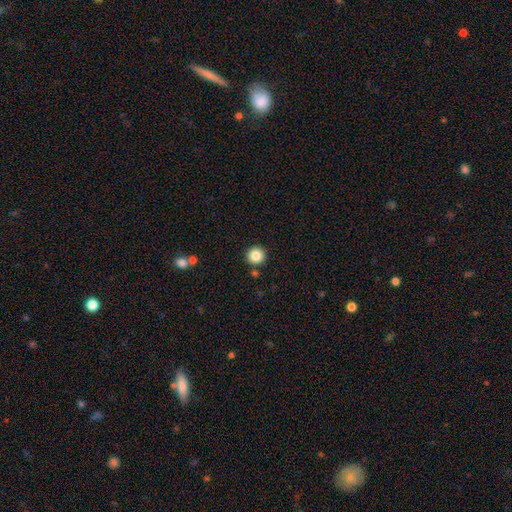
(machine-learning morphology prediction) Smooth or featured? Predicted: smooth (p=0.85). How rounded? Predicted: round (p=0.96). Merging? Predicted: none (p=0.90).